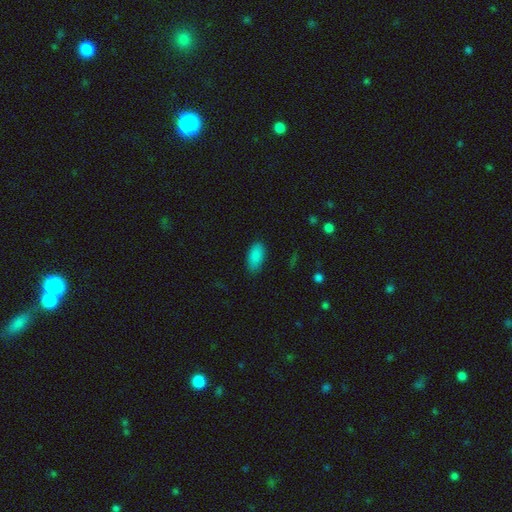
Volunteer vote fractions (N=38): Smooth or featured? 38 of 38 (100%) said smooth. How rounded? 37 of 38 (97%) said in between. Merging? 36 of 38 (95%) said none.